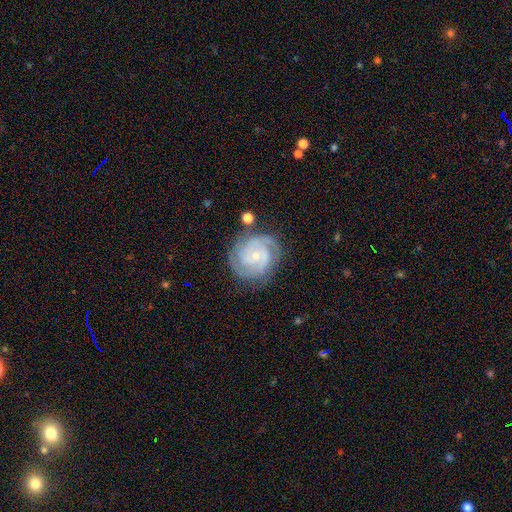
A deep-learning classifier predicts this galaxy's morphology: Smooth or featured? featured or disk (88%)
Edge-on disk? no (98%)
Bar? no (71%)
Spiral arms? yes (98%)
Spiral winding? tight (67%)
Spiral arm count? 3 (44%)
Bulge size? small (77%)
Merging? none (77%)